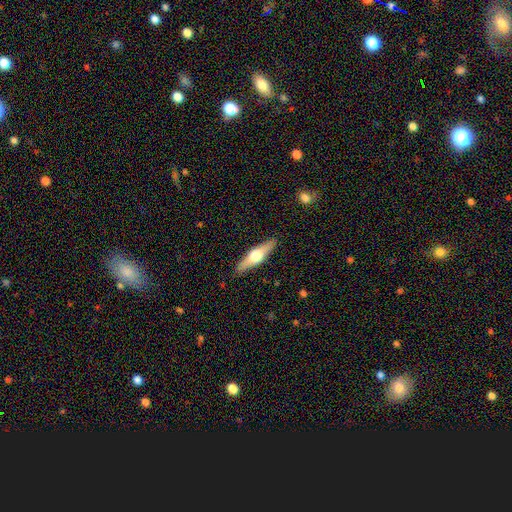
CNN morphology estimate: type=featured or disk (56%); edge-on=yes (94%); edge-on bulge=rounded (95%); merging=none (89%).